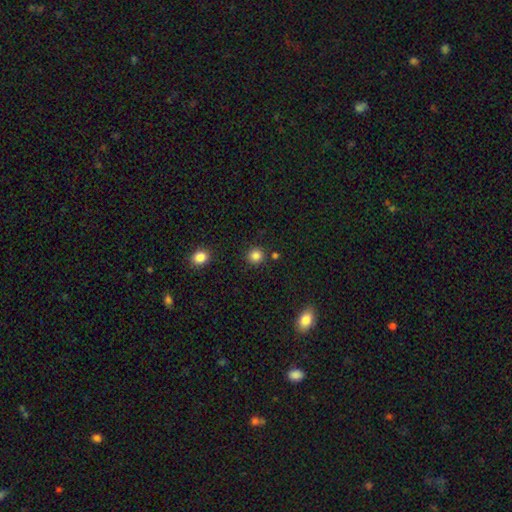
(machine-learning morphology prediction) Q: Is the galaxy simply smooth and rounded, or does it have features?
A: smooth — 85%.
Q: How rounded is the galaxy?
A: round — 91%.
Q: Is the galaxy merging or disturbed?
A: none — 87%.